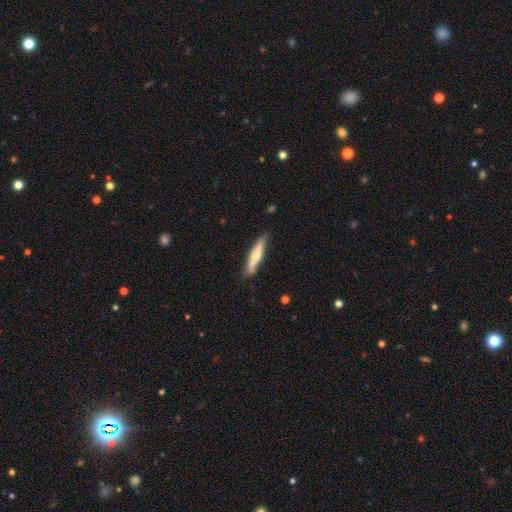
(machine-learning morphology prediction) Overall: smooth (51%; featured or disk 44%). How rounded: cigar-shaped (84%). Merging: none (82%).